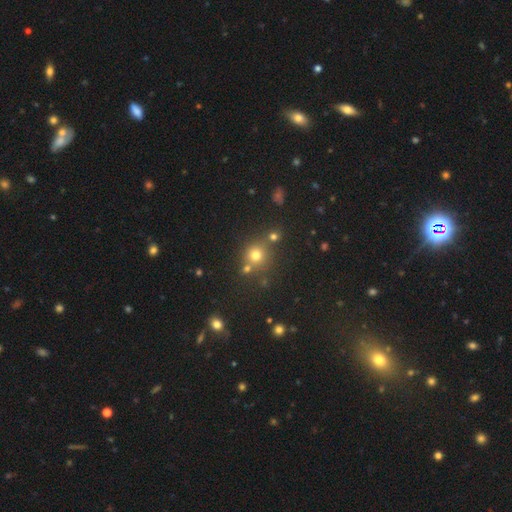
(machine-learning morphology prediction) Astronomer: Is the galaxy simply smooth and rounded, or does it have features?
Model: smooth — 72%.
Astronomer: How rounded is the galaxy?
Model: round — 89%.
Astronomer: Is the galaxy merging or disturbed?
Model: none — 68%.